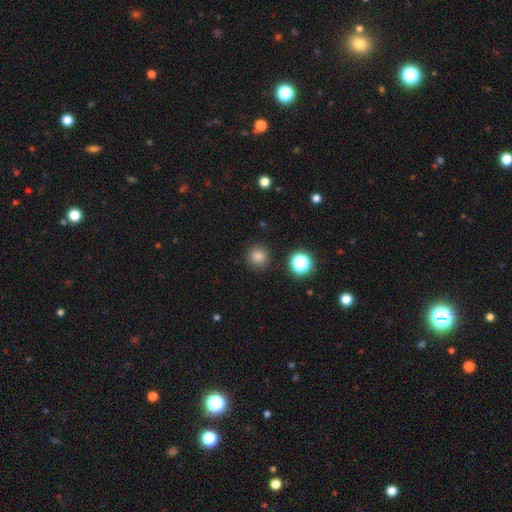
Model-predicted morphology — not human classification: Q: Smooth or featured?
A: smooth (78%); runner-up: star or artifact (18%)
Q: How rounded?
A: round (94%); runner-up: in between (5%)
Q: Merging?
A: none (90%); runner-up: minor disturbance (6%)